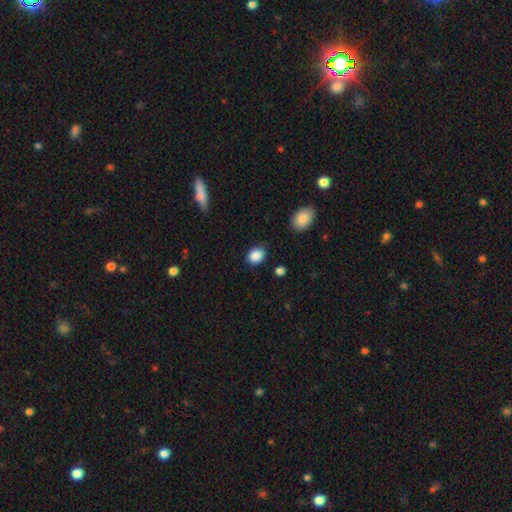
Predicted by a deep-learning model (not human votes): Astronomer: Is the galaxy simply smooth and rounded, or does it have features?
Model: smooth — 88%.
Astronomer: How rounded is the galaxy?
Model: round — 55% (runner-up: in between, 44%).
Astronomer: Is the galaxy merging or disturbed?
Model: none — 83%.